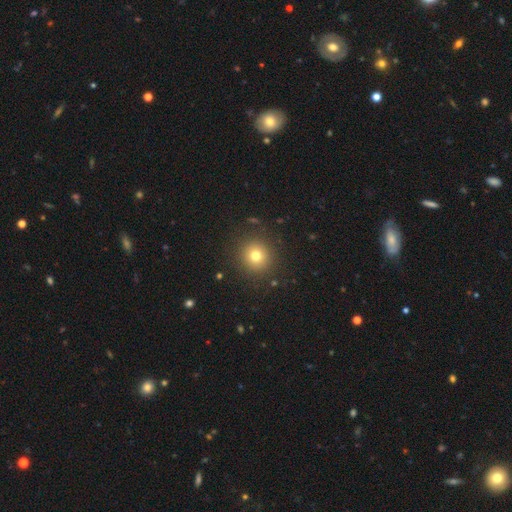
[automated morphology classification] Smooth or featured?
  - smooth: 75% *
  - star or artifact: 15%
  - featured or disk: 10%
How rounded?
  - round: 93% *
  - in between: 6%
  - cigar-shaped: 1%
Merging?
  - none: 89% *
  - minor disturbance: 7%
  - major disturbance: 3%
  - merger: 1%